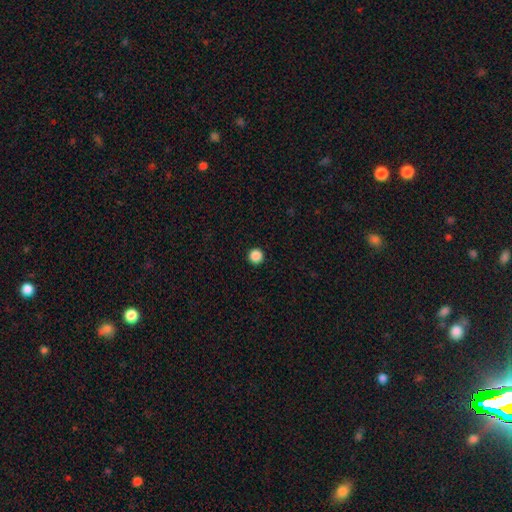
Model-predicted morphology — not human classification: Smooth or featured? smooth (87%)
How rounded? round (97%)
Merging? none (94%)